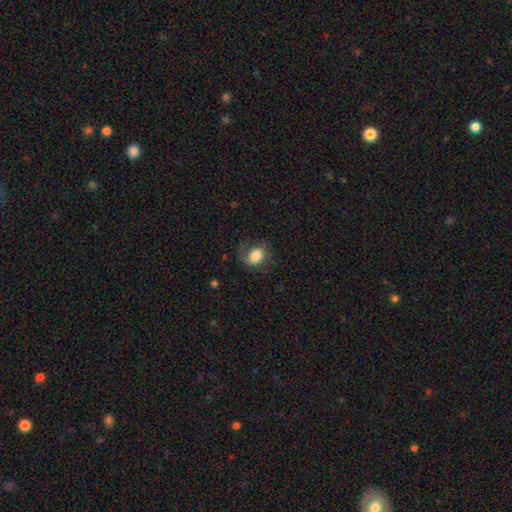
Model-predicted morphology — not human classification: smooth 67%, featured or disk 24%, star or artifact 8%. Down the decision tree: how rounded — round (55%); merging — none (57%).